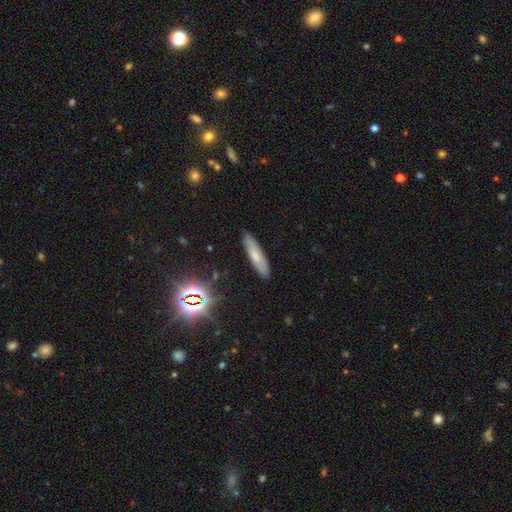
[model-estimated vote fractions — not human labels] This appears to be a smooth galaxy with no disk features (64%) that is cigar-shaped (76%). Merging: none (87%).